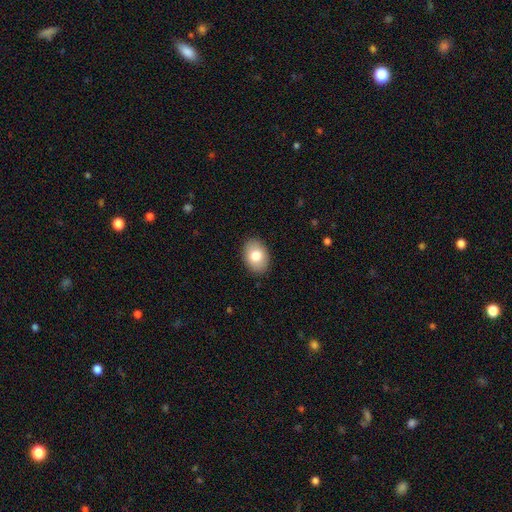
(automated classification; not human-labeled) Smooth or featured?
  - smooth: 80% *
  - featured or disk: 12%
  - star or artifact: 7%
How rounded?
  - in between: 77% *
  - round: 22%
  - cigar-shaped: 1%
Merging?
  - none: 89% *
  - minor disturbance: 8%
  - major disturbance: 2%
  - merger: 1%